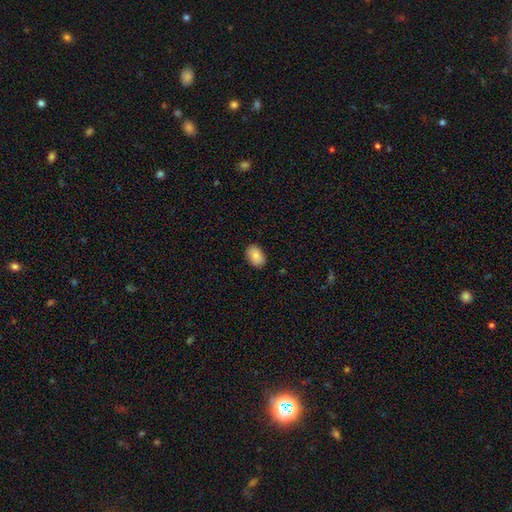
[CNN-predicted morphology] smooth_or_featured: smooth (p=0.85) [alt: featured or disk p=0.08]
how_rounded: in between (p=0.86) [alt: round p=0.13]
merging: none (p=0.85) [alt: minor disturbance p=0.11]